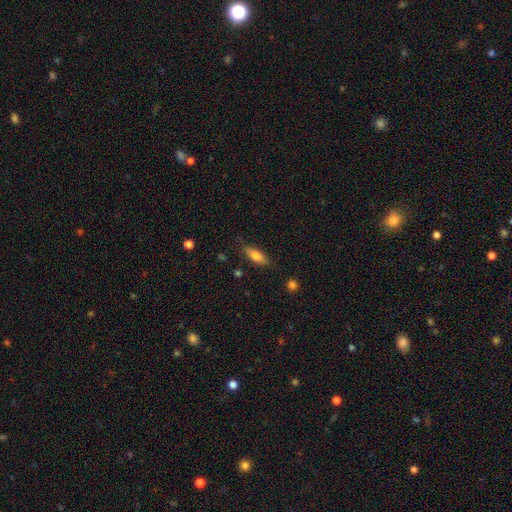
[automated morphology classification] smooth_or_featured: smooth (p=0.80) [alt: featured or disk p=0.13]
how_rounded: in between (p=0.70) [alt: cigar-shaped p=0.27]
merging: none (p=0.79) [alt: minor disturbance p=0.16]